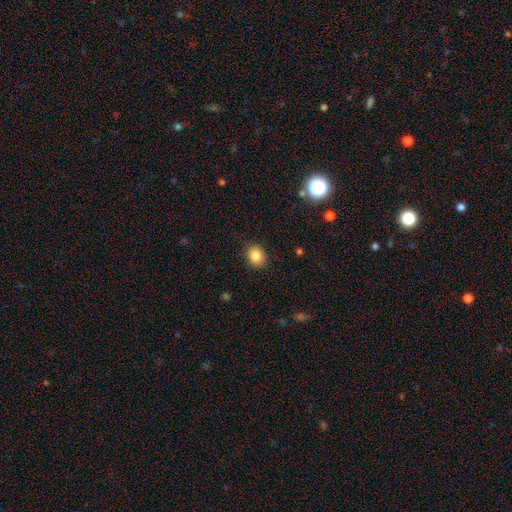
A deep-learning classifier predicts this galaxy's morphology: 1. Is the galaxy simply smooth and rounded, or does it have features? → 85% smooth, 10% star or artifact, 5% featured or disk.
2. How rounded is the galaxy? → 62% round, 37% in between, 1% cigar-shaped.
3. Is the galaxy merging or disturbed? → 88% none, 8% minor disturbance, 2% major disturbance, 1% merger.